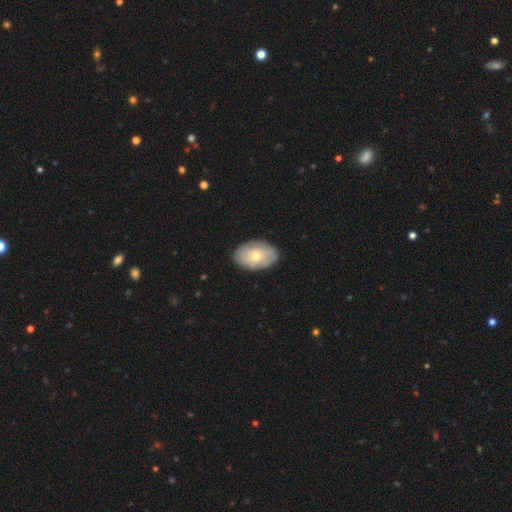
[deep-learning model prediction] smooth 56%, featured or disk 38%, star or artifact 6%. Down the decision tree: how rounded — in between (89%); merging — none (85%).